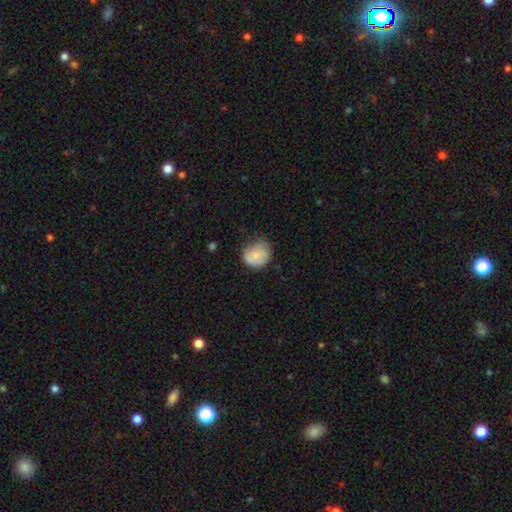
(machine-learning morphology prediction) Overall: smooth (79%). How rounded: round (72%). Merging: none (57%; minor disturbance 33%).